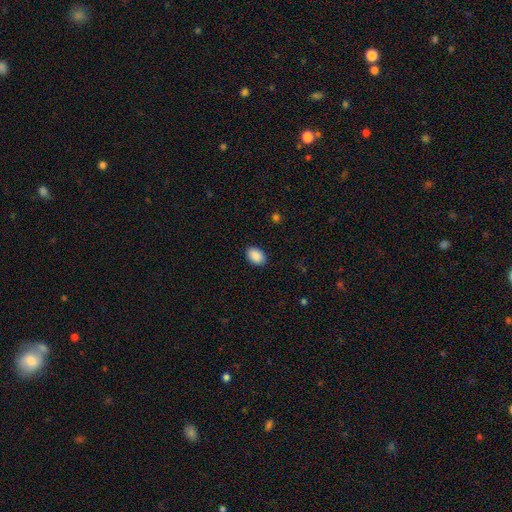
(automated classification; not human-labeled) Smooth or featured? Predicted: smooth (p=0.91). How rounded? Predicted: in between (p=0.85). Merging? Predicted: none (p=0.89).